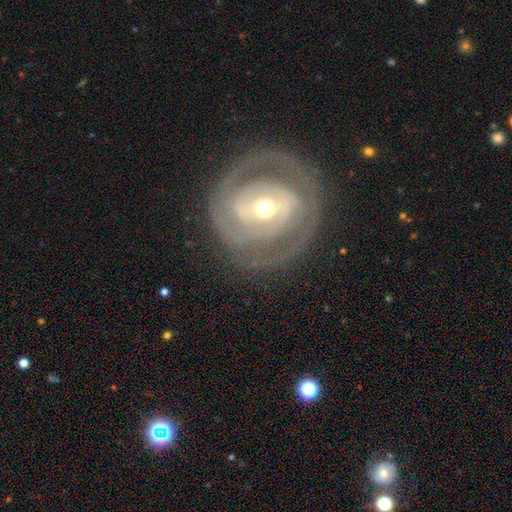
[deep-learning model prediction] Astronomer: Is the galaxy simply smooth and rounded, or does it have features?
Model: featured or disk — 83%.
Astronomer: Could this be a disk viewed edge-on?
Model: no — 96%.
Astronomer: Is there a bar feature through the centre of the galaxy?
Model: weak — 35% (runner-up: strong, 34%).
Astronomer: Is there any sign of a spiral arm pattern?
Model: yes — 79%.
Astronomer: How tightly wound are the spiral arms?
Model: tight — 70%.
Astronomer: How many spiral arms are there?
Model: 2 — 48% (runner-up: can't tell, 26%).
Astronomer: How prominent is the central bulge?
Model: moderate — 59%.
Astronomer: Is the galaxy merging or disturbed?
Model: none — 78%.